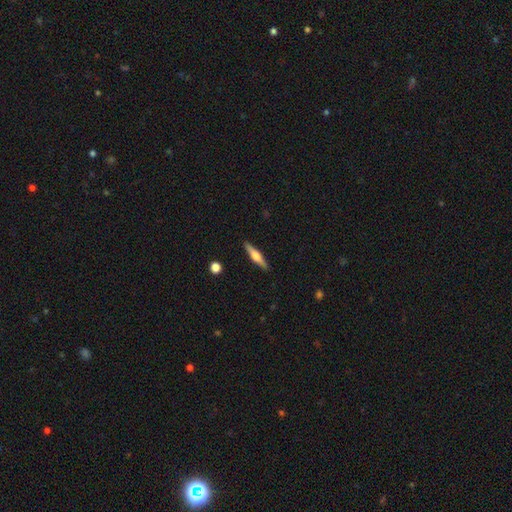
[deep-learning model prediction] Morphology: type=featured or disk (62%); edge-on=yes (97%); edge-on bulge=rounded (90%); merging=none (90%).